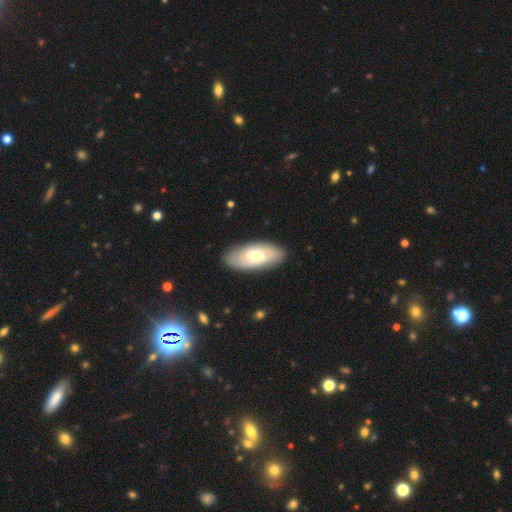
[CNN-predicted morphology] Overall: featured or disk (52%; smooth 43%). Edge-on disk: no (89%). Merging: none (83%).